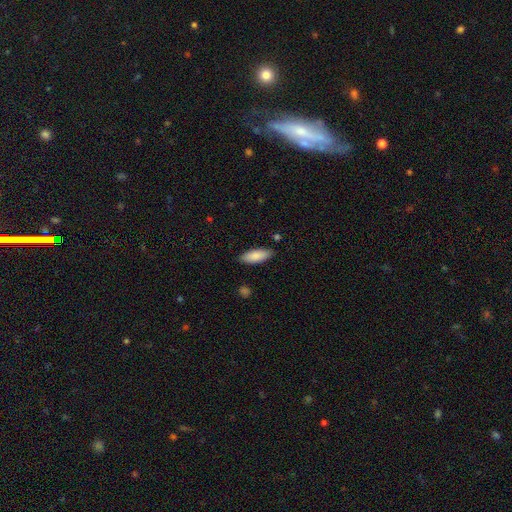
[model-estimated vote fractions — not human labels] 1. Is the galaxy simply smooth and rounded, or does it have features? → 87% smooth, 7% featured or disk, 6% star or artifact.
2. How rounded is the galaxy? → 73% in between, 25% cigar-shaped, 2% round.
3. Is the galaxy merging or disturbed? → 87% none, 10% minor disturbance, 2% major disturbance, 1% merger.